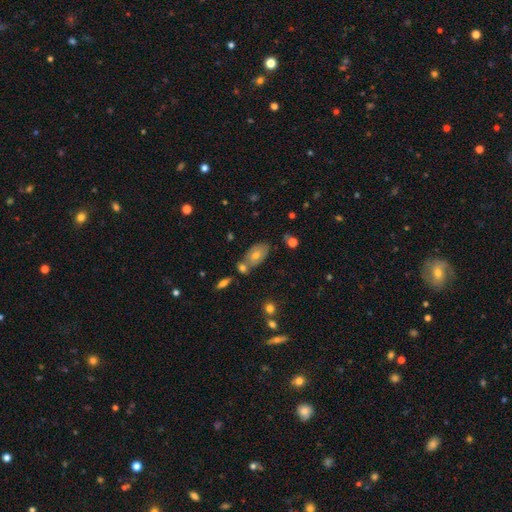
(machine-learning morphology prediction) Overall: smooth (51%; featured or disk 37%). How rounded: in between (90%). Merging: none (60%; merger 20%).